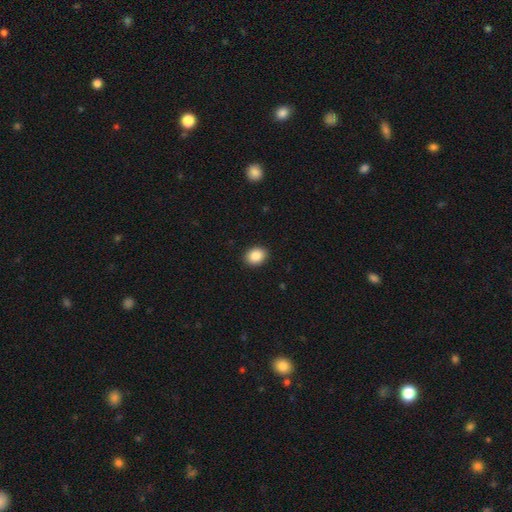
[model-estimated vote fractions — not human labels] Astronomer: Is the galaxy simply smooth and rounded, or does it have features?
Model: smooth — 87%.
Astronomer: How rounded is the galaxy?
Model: in between — 54% (runner-up: round, 45%).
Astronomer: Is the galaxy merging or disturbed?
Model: none — 91%.